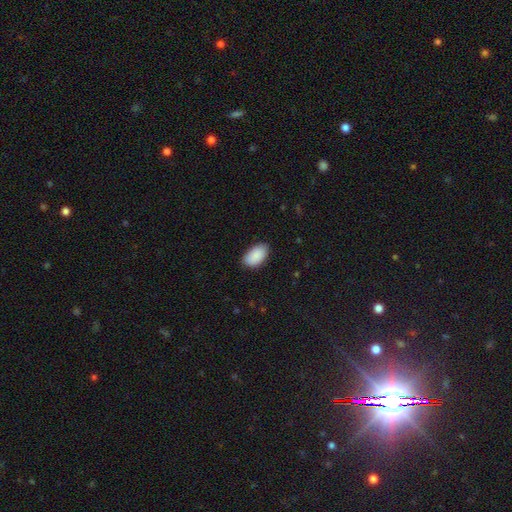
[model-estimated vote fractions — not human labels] A smooth galaxy with no disk features (90%) that is in between round and cigar-shaped (95%).

Vote fractions:
- Smooth or featured? smooth: 90% / star or artifact: 6% / featured or disk: 4%
- How rounded? in between: 95% / round: 4% / cigar-shaped: 1%
- Merging? none: 82% / minor disturbance: 15% / major disturbance: 2% / merger: 1%